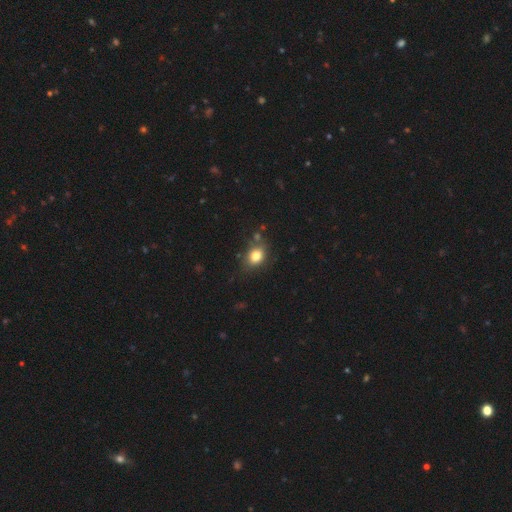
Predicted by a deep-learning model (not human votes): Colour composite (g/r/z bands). It shows a smooth galaxy with no disk features (80%) that is in between round and cigar-shaped (56%). Merging: none (75%).